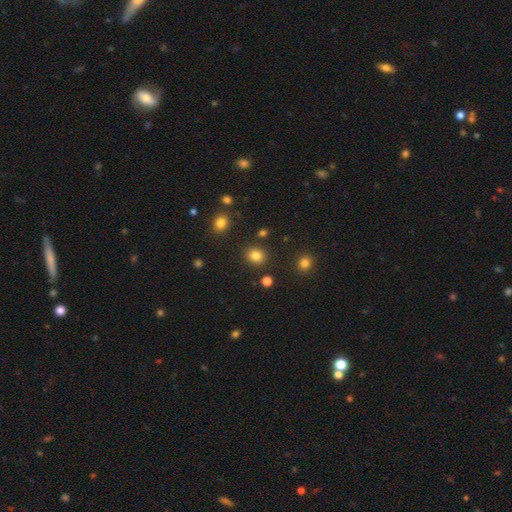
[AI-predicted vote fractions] Smooth or featured? Predicted: smooth (p=0.83). How rounded? Predicted: round (p=0.75). Merging? Predicted: none (p=0.88).